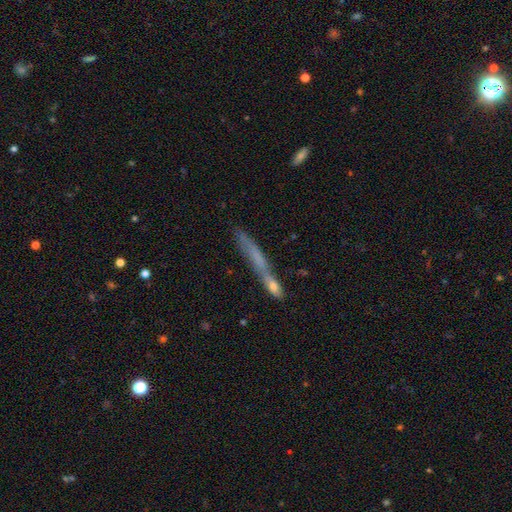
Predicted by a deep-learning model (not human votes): This appears to be a smooth galaxy with no disk features (48%). Merging: none (39%).